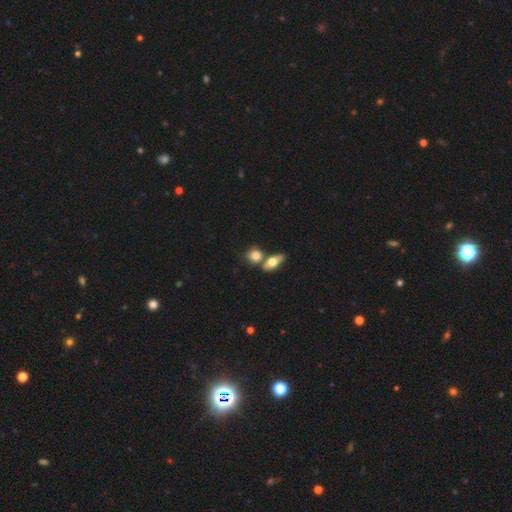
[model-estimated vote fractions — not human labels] Overall: smooth (76%). How rounded: round (55%; in between 41%). Merging: none (48%; merger 38%).